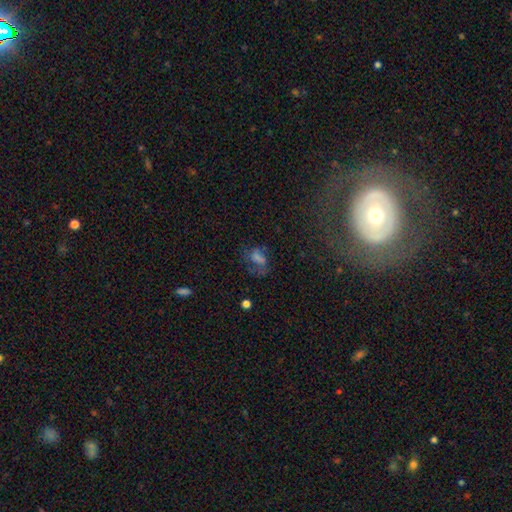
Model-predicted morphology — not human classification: A smooth galaxy with no disk features (45%). Merging: none (43%).